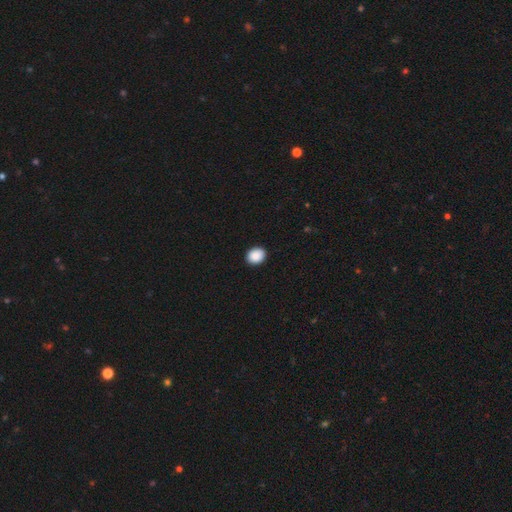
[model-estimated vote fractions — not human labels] Q: Smooth or featured?
A: smooth (90%); runner-up: star or artifact (8%)
Q: How rounded?
A: round (52%); runner-up: in between (47%)
Q: Merging?
A: none (91%); runner-up: minor disturbance (6%)